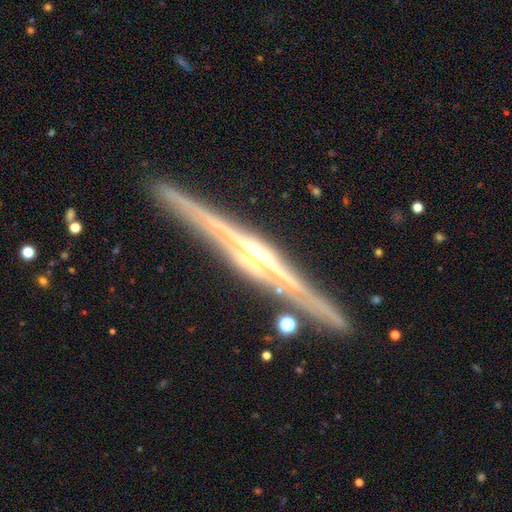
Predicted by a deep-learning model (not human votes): Smooth or featured? featured or disk (90%)
Edge-on disk? yes (98%)
Edge-on bulge? rounded (69%)
Merging? none (91%)